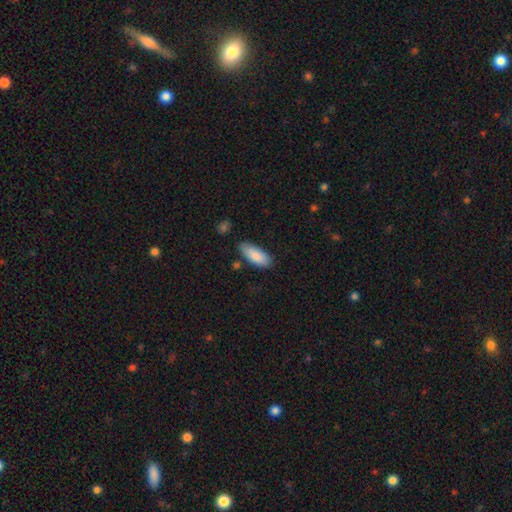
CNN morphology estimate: The model was most divided on "merging": none: 76%, minor disturbance: 18%, merger: 3%, major disturbance: 3%. More confident: smooth or featured — smooth (86%); how rounded — in between (82%).